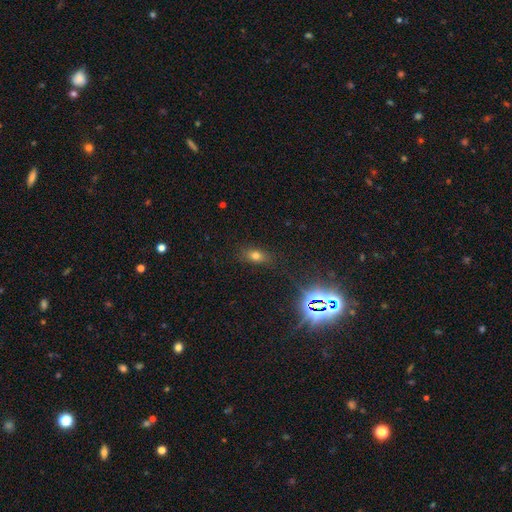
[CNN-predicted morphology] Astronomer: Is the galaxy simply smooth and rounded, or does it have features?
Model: smooth — 69%.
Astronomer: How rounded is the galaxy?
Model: in between — 78%.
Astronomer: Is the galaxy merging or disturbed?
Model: none — 81%.